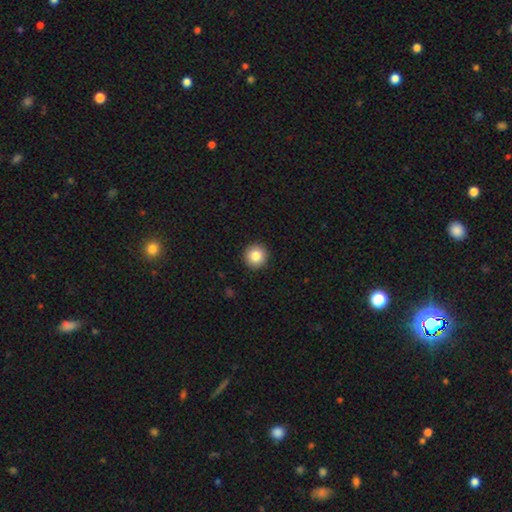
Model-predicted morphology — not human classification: Smooth or featured?
  - smooth: 84% *
  - star or artifact: 9%
  - featured or disk: 6%
How rounded?
  - round: 95% *
  - in between: 4%
  - cigar-shaped: 1%
Merging?
  - none: 93% *
  - minor disturbance: 4%
  - major disturbance: 1%
  - merger: 1%